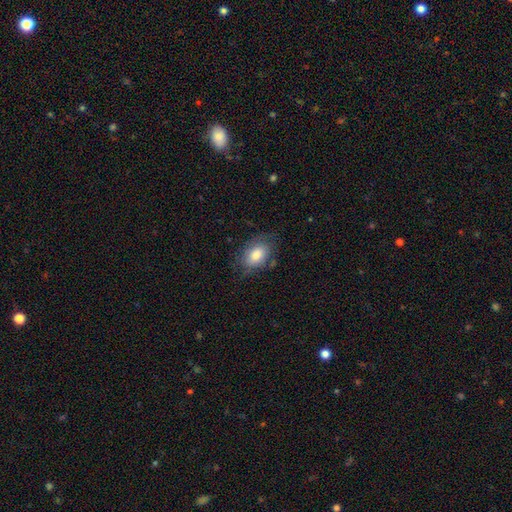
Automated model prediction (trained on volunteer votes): This appears to be a smooth galaxy with no disk features (78%) that is in between round and cigar-shaped (84%). Merging: none (67%).